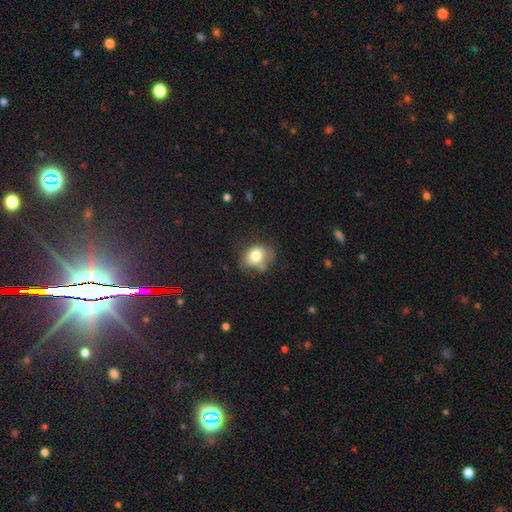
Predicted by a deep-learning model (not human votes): Smooth or featured? smooth (77%)
How rounded? in between (55%)
Merging? none (51%)